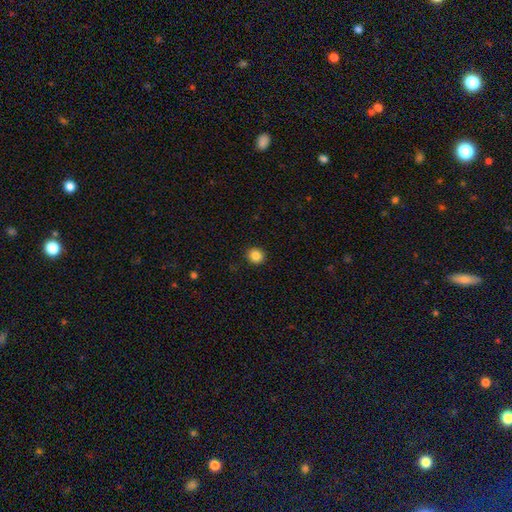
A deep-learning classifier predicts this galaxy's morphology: A smooth galaxy with no disk features (85%) that is round (89%). Merging: none (92%).